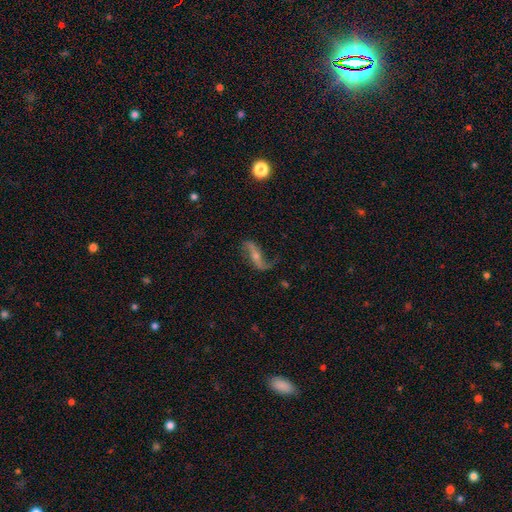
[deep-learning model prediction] Morphology: type=featured or disk (84%); edge-on=no (90%); bar=strong (37%); spiral arms=yes (94%); winding=loose (85%); arm count=2 (90%); bulge=small (55%); merging=none (73%).